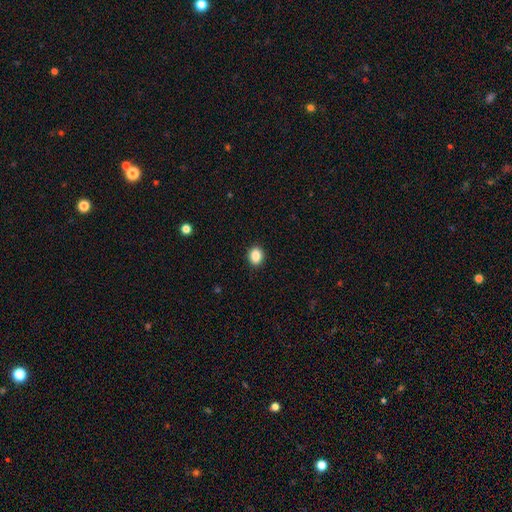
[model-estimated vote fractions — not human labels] smooth 87%, star or artifact 9%, featured or disk 4%. Down the decision tree: how rounded — round (51%); merging — none (91%).